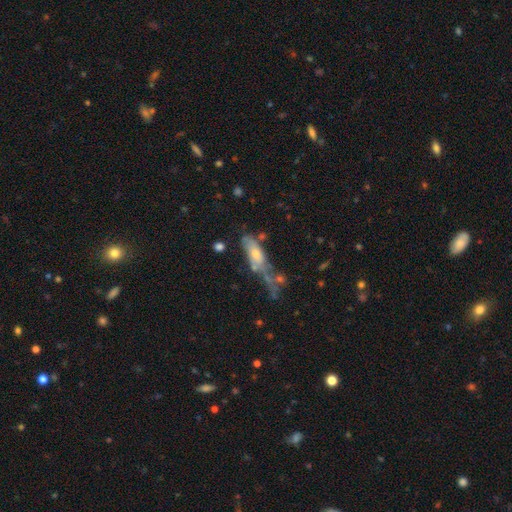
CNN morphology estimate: Smooth or featured: smooth — 47% (featured or disk — 42%)
Merging: none — 29% (major disturbance — 26%)